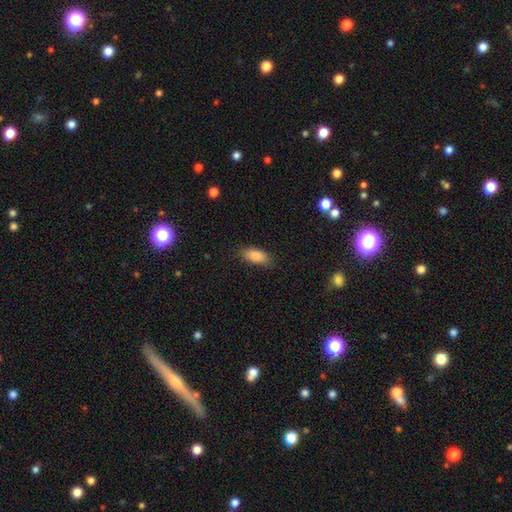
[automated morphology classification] A smooth galaxy with no disk features (86%) that is in between round and cigar-shaped (87%). Merging: none (84%).